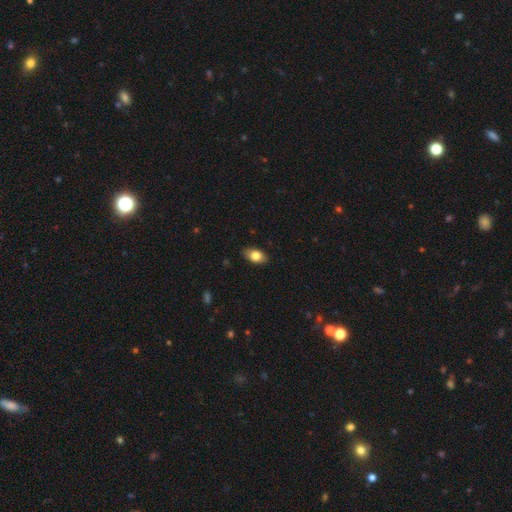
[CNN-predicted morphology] Overall: smooth (81%). How rounded: in between (90%). Merging: none (86%).